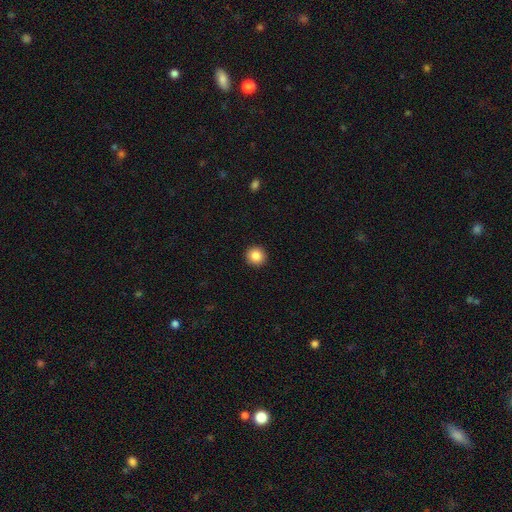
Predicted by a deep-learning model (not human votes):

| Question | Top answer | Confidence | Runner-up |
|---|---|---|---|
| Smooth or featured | smooth | 85% | star or artifact (9%) |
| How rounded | round | 94% | in between (5%) |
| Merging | none | 93% | minor disturbance (4%) |